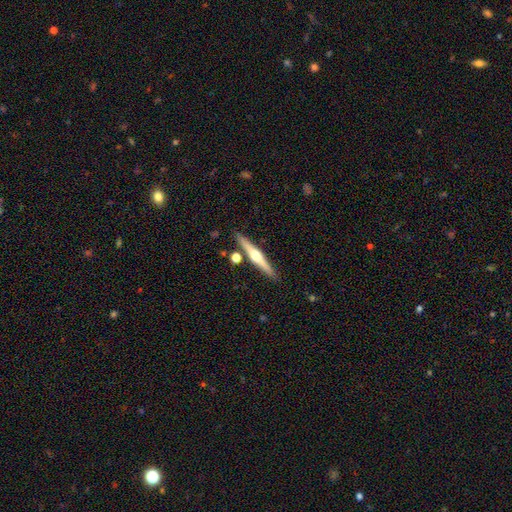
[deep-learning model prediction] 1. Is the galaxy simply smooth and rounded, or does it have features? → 68% featured or disk, 26% smooth, 6% star or artifact.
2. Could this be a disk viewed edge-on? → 97% yes, 3% no.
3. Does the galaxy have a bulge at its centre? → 93% rounded, 4% none, 3% boxy.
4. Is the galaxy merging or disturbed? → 86% none, 7% minor disturbance, 5% merger, 2% major disturbance.